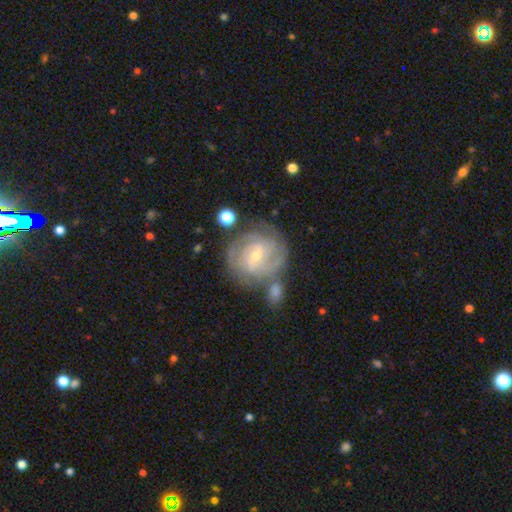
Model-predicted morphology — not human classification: The model was most divided on "spiral arm count": can't tell: 31%, 3: 23%, 2: 22%, 4: 14%, more than 4: 5%, 1: 5%. Remaining: edge-on disk — no (97%); spiral arms — yes (95%); smooth or featured — featured or disk (83%); spiral winding — tight (68%); merging — none (66%); bulge size — small (62%); bar — weak (48%).